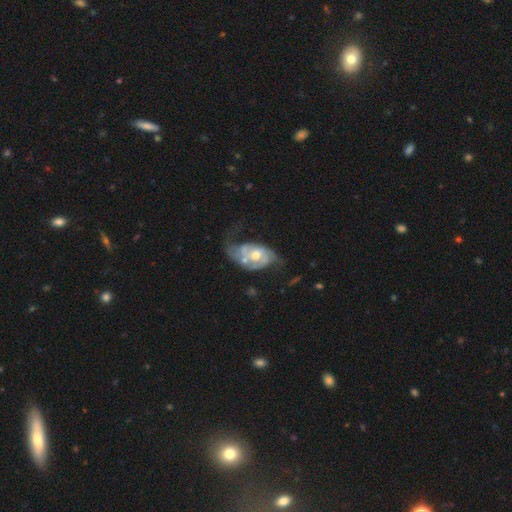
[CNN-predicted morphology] Overall: featured or disk (78%). Edge-on disk: no (96%). Bar: no (67%; weak 27%). Spiral arms: yes (82%). Spiral arm count: 2 (63%). Spiral winding: loose (38%, tied with medium). Bulge size: moderate (69%). Merging: major disturbance (35%; none 31%).